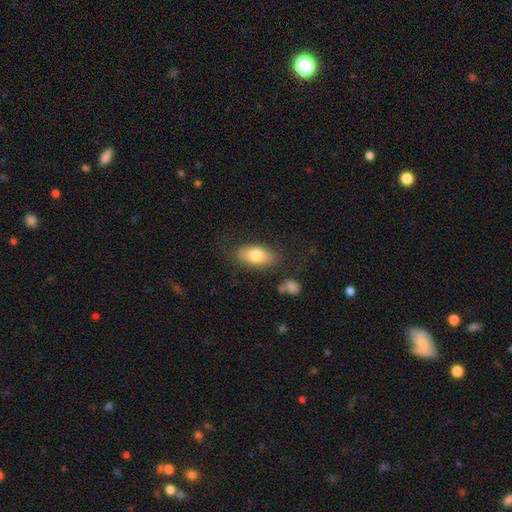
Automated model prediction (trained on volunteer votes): Q: Smooth or featured?
A: smooth (77%); runner-up: featured or disk (16%)
Q: How rounded?
A: in between (90%); runner-up: round (5%)
Q: Merging?
A: none (74%); runner-up: minor disturbance (17%)